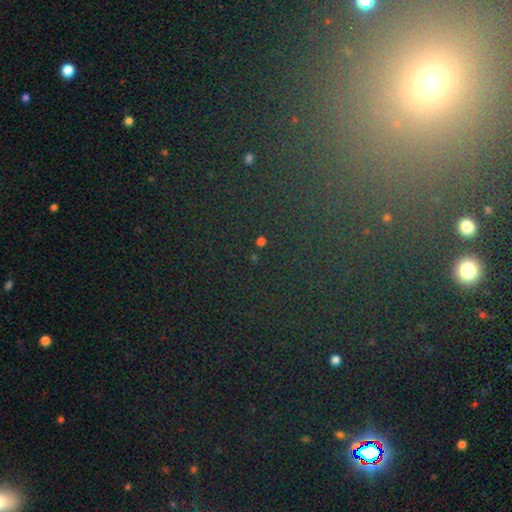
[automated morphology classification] Smooth or featured?
  - star or artifact: 70% *
  - smooth: 19%
  - featured or disk: 11%